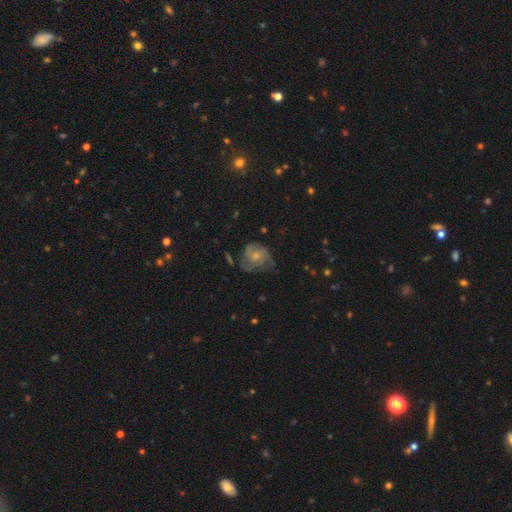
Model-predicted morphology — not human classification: featured or disk 50%, smooth 41%, star or artifact 9%. Down the decision tree: merging — none (44%).